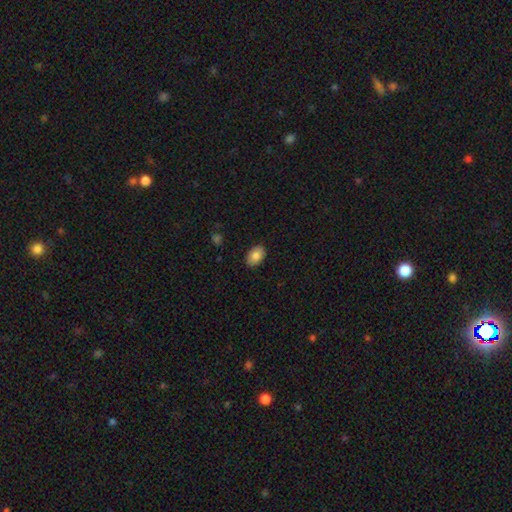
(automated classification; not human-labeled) Morphology: type=smooth (85%); roundness=in between (87%); merging=none (89%).